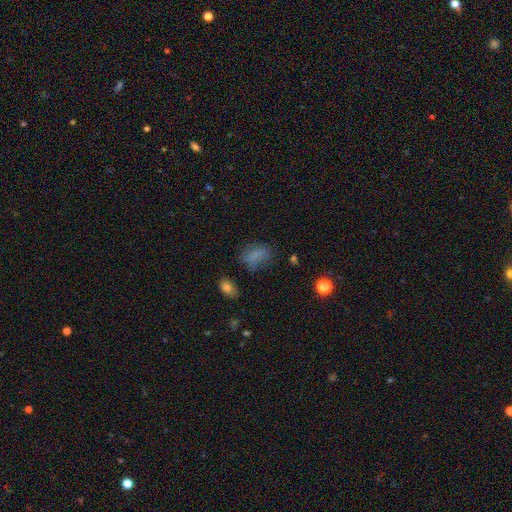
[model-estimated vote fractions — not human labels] This is likely a smooth galaxy (73%). How rounded: likely in between (78%). Merging: possibly none (57%).